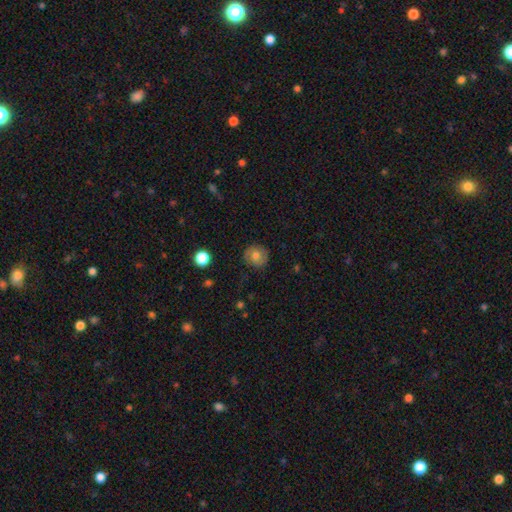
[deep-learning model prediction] smooth_or_featured: smooth (p=0.61) [alt: featured or disk p=0.30]
how_rounded: round (p=0.85) [alt: in between p=0.14]
merging: none (p=0.82) [alt: minor disturbance p=0.13]